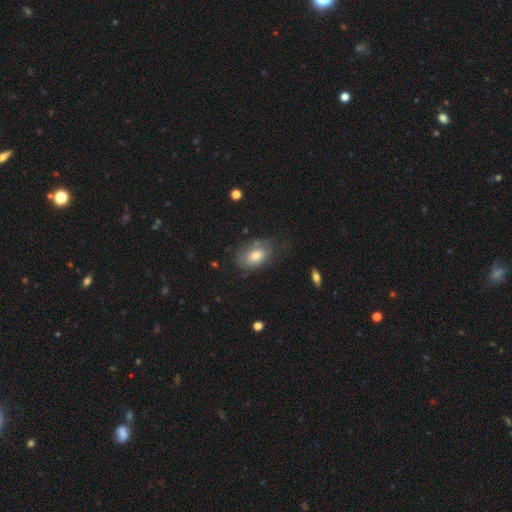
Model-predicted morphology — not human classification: This is likely a smooth galaxy (73%). How rounded: clearly in between (88%). Merging: likely none (66%).